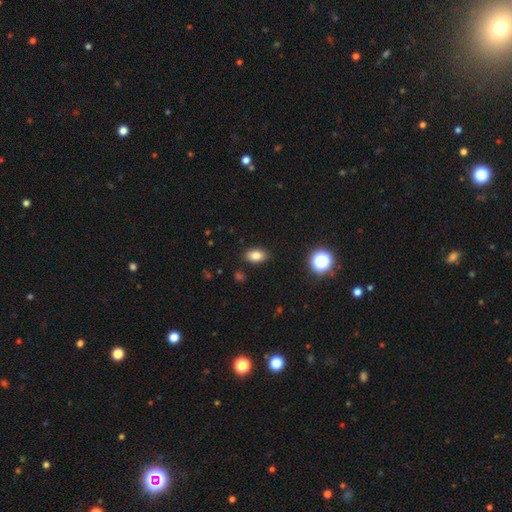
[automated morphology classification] Smooth or featured? smooth (82%)
How rounded? in between (87%)
Merging? none (88%)